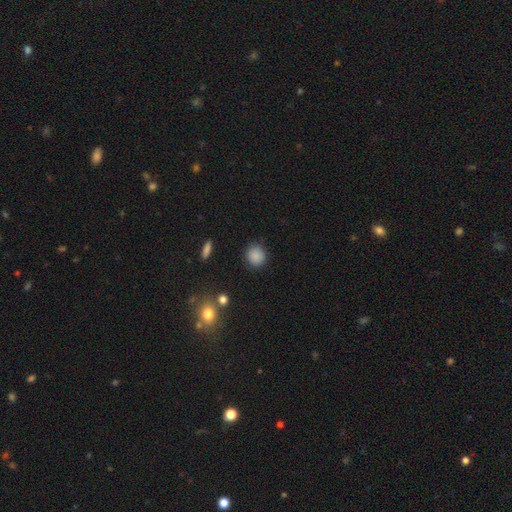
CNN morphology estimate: smooth-or-featured: smooth: 86% | star or artifact: 10% | featured or disk: 4%
  how-rounded: round: 83% | in between: 16% | cigar-shaped: 1%
  merging: none: 85% | minor disturbance: 10% | major disturbance: 3% | merger: 2%